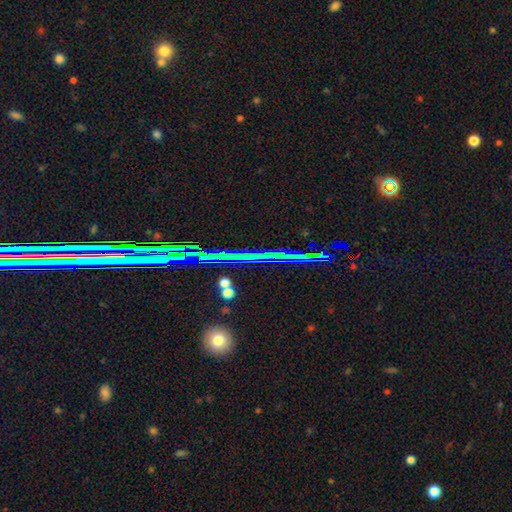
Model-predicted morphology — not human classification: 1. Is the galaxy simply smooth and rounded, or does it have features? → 72% star or artifact, 15% featured or disk, 12% smooth.